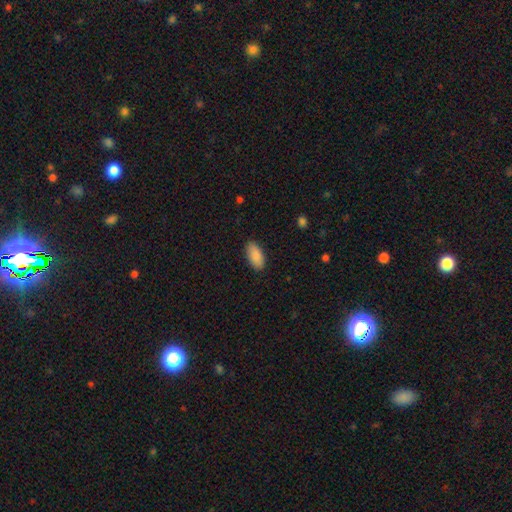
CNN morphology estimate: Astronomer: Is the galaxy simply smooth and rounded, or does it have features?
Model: smooth — 89%.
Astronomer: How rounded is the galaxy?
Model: in between — 92%.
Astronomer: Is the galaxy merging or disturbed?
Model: none — 87%.